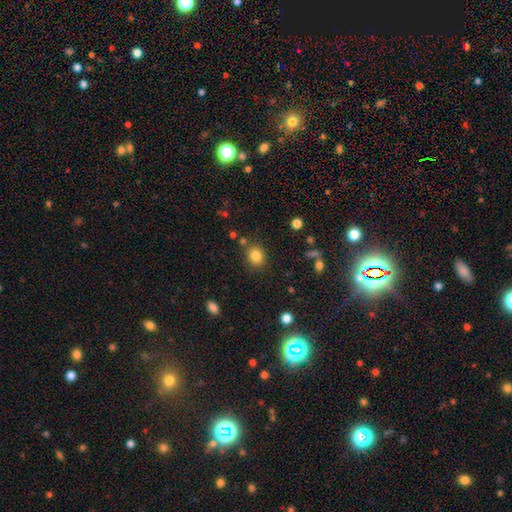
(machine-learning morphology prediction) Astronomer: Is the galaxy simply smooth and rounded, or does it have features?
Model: smooth — 84%.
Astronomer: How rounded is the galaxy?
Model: round — 72%.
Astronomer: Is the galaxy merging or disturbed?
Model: none — 81%.